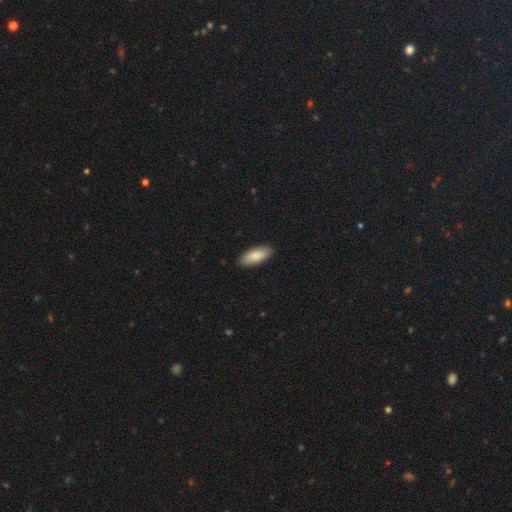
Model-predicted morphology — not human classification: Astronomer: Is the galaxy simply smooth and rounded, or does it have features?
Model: smooth — 85%.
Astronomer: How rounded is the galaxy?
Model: in between — 85%.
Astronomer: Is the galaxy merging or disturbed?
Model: none — 88%.